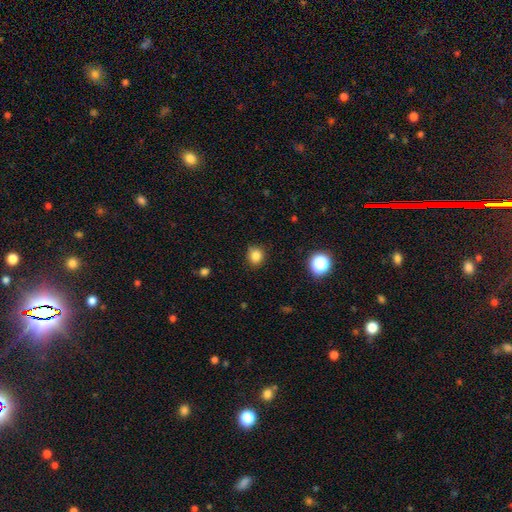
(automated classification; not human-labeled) Q: Smooth or featured?
A: smooth (83%); runner-up: star or artifact (12%)
Q: How rounded?
A: round (80%); runner-up: in between (19%)
Q: Merging?
A: none (88%); runner-up: minor disturbance (8%)